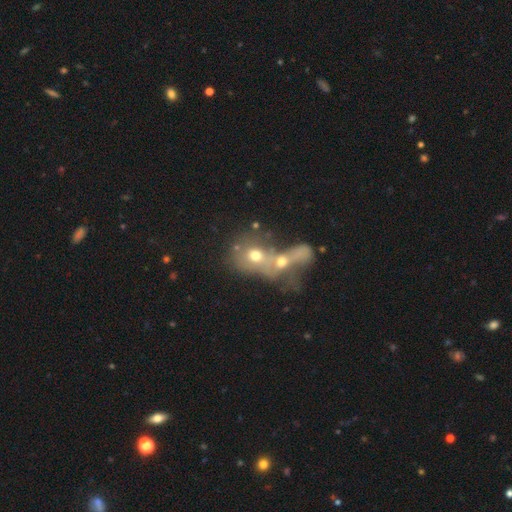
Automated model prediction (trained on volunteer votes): Smooth or featured?
  - smooth: 53% *
  - featured or disk: 34%
  - star or artifact: 13%
How rounded?
  - round: 52% *
  - in between: 45%
  - cigar-shaped: 3%
Merging?
  - merger: 76% *
  - major disturbance: 10%
  - none: 9%
  - minor disturbance: 5%